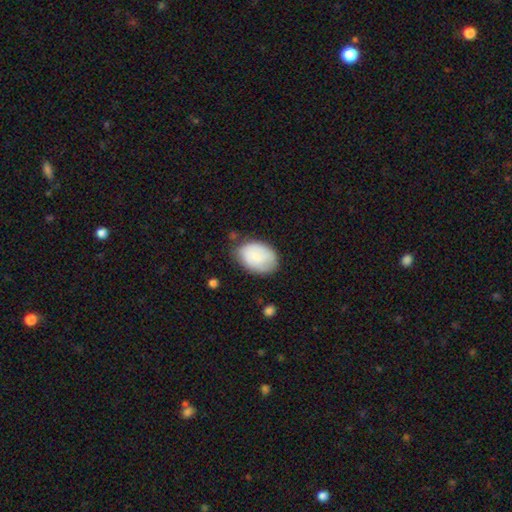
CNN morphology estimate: Overall: smooth (77%). How rounded: in between (84%). Merging: none (66%).